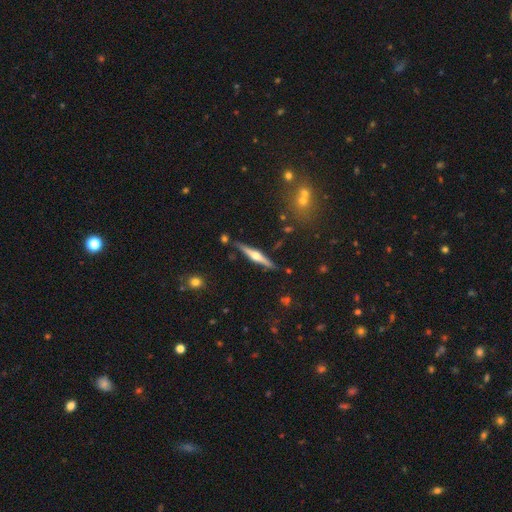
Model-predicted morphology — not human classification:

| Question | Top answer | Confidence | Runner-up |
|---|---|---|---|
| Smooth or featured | featured or disk | 74% | smooth (19%) |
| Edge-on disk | yes | 98% | no (2%) |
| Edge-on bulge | rounded | 92% | boxy (5%) |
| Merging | none | 86% | minor disturbance (9%) |